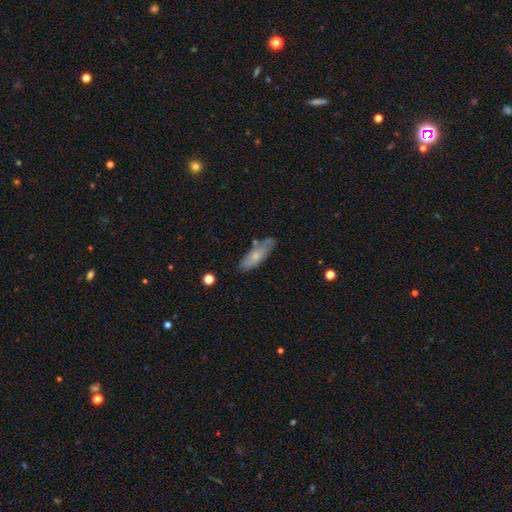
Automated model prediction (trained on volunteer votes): Q: Smooth or featured?
A: smooth (62%); runner-up: featured or disk (32%)
Q: How rounded?
A: in between (57%); runner-up: cigar-shaped (40%)
Q: Merging?
A: none (67%); runner-up: minor disturbance (22%)